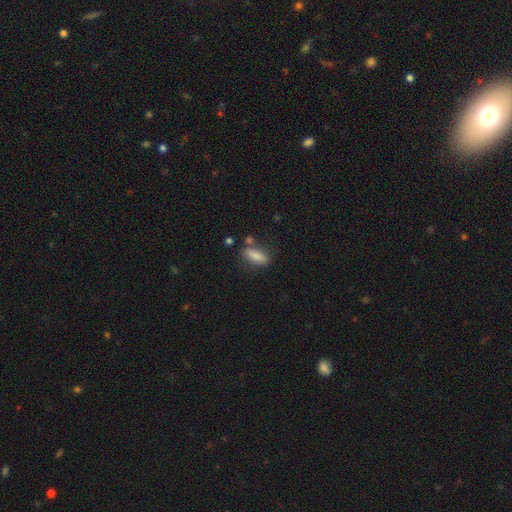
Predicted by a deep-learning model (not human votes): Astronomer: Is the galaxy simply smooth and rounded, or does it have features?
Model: smooth — 82%.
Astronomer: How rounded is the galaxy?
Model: in between — 62%.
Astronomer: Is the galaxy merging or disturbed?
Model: none — 72%.